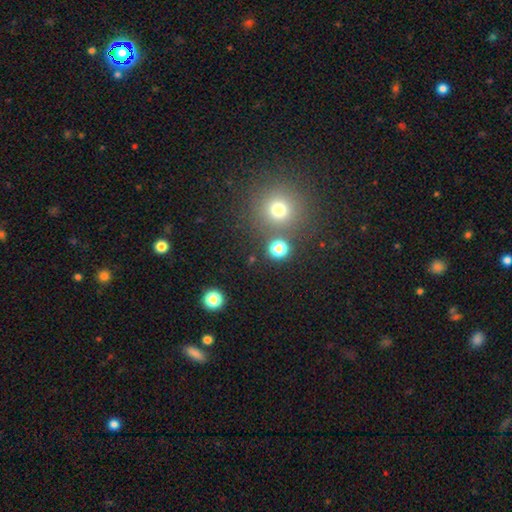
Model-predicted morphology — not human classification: smooth_or_featured: smooth (p=0.56) [alt: star or artifact p=0.36]
how_rounded: round (p=0.91) [alt: in between p=0.07]
merging: none (p=0.82) [alt: merger p=0.08]